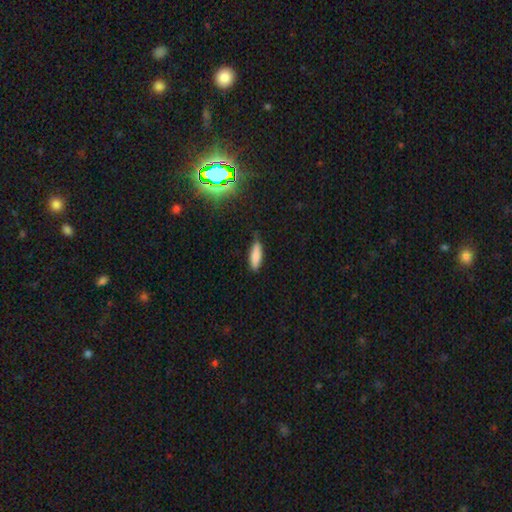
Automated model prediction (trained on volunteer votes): Smooth or featured? smooth (83%)
How rounded? in between (54%)
Merging? none (73%)